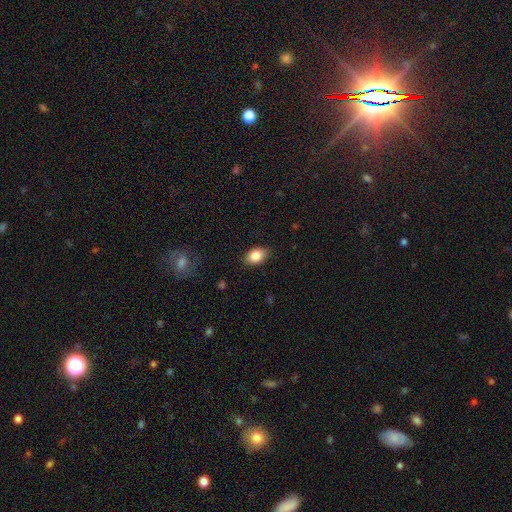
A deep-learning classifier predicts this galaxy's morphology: The model was most divided on "how rounded": in between: 84%, round: 14%, cigar-shaped: 1%. More confident: merging — none (86%); smooth or featured — smooth (84%).